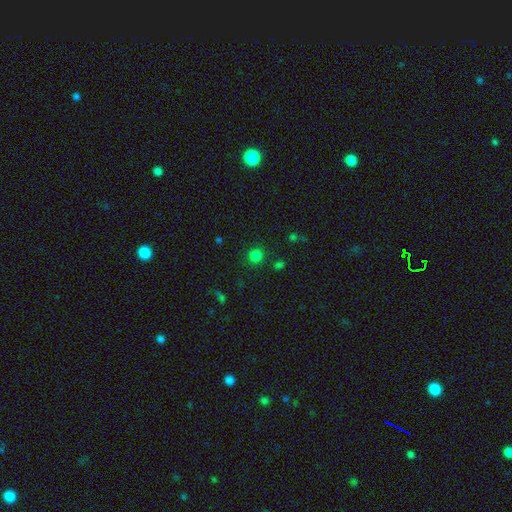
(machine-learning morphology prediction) smooth_or_featured: smooth (p=0.80) [alt: star or artifact p=0.17]
how_rounded: round (p=0.90) [alt: in between p=0.09]
merging: none (p=0.87) [alt: minor disturbance p=0.07]